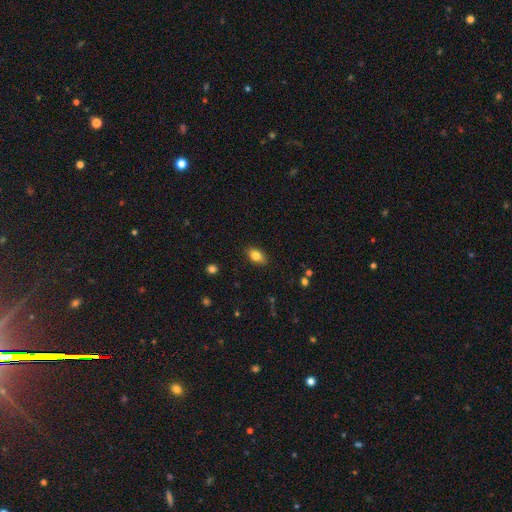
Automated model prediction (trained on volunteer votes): A smooth galaxy with no disk features (80%) that is in between round and cigar-shaped (87%).

Vote fractions:
- Smooth or featured? smooth: 80% / featured or disk: 11% / star or artifact: 9%
- How rounded? in between: 87% / round: 10% / cigar-shaped: 3%
- Merging? none: 86% / minor disturbance: 10% / major disturbance: 2% / merger: 1%